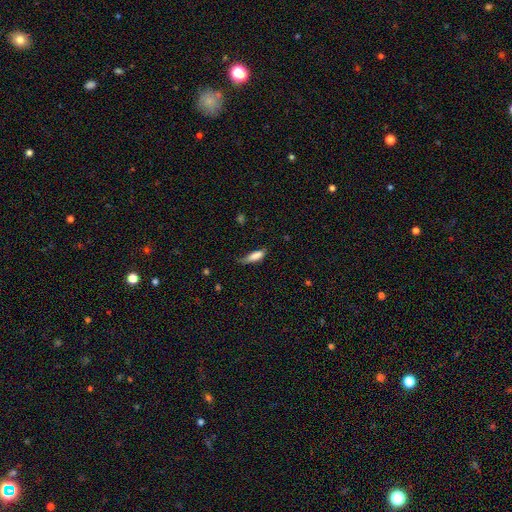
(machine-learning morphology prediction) Smooth or featured?
  - smooth: 80% *
  - featured or disk: 13%
  - star or artifact: 8%
How rounded?
  - in between: 56% *
  - cigar-shaped: 42%
  - round: 2%
Merging?
  - minor disturbance: 40% *
  - none: 39%
  - major disturbance: 19%
  - merger: 3%